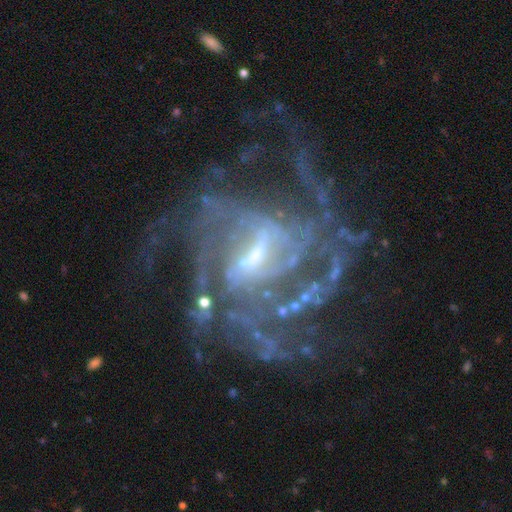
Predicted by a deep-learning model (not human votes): Morphology: type=featured or disk (89%); edge-on=no (98%); bar=weak (46%); spiral arms=yes (96%); winding=medium (45%); arm count=can't tell (26%); bulge=small (63%); merging=none (50%).